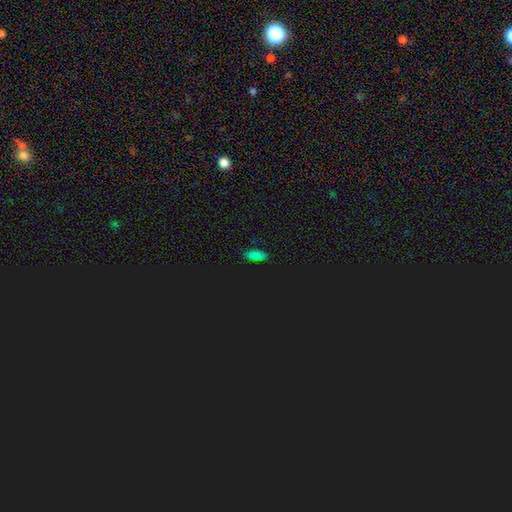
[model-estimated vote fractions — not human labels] Smooth or featured? smooth (68%)
How rounded? in between (71%)
Merging? none (87%)